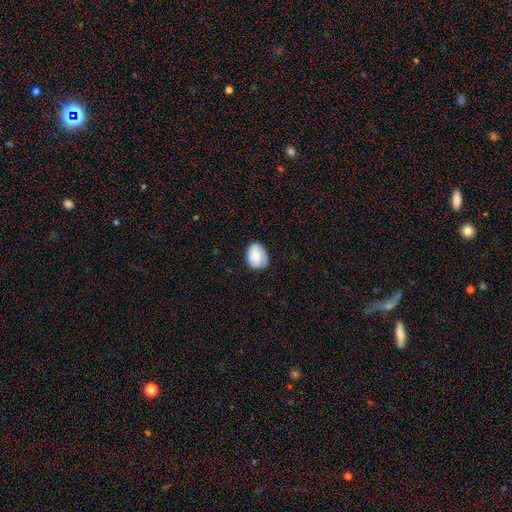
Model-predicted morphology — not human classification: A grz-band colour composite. It shows a smooth galaxy with no disk features (64%) that is in between round and cigar-shaped (67%). Merging: none (68%).